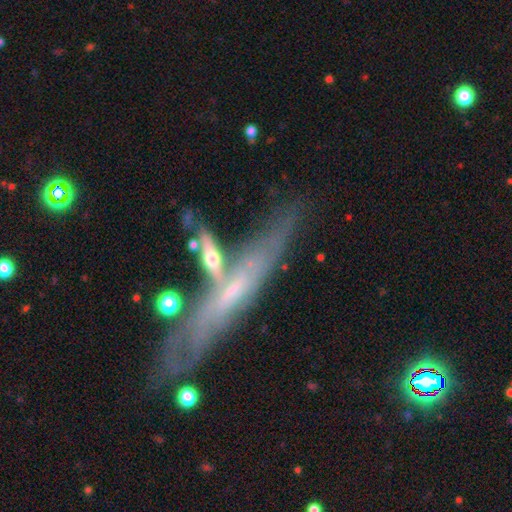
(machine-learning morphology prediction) smooth_or_featured: featured or disk (p=0.67) [alt: smooth p=0.24]
disk_edge_on: yes (p=0.73) [alt: no p=0.27]
merging: none (p=0.46) [alt: merger p=0.23]